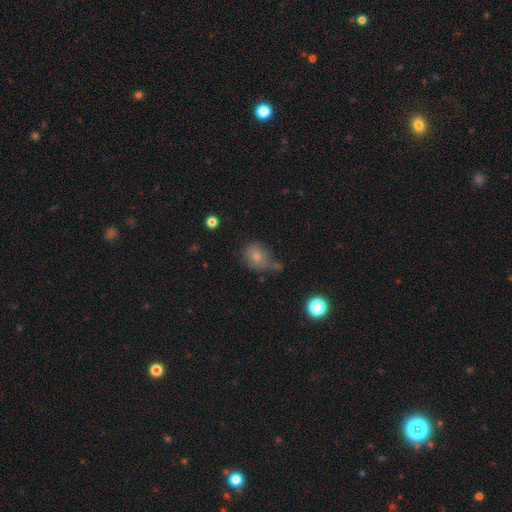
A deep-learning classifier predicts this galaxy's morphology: type=smooth (66%); roundness=round (62%); merging=none (47%).